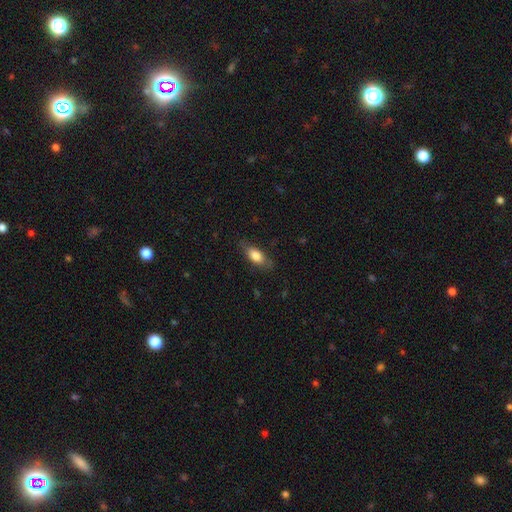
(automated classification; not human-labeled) Overall: smooth (76%). How rounded: in between (78%). Merging: none (77%).